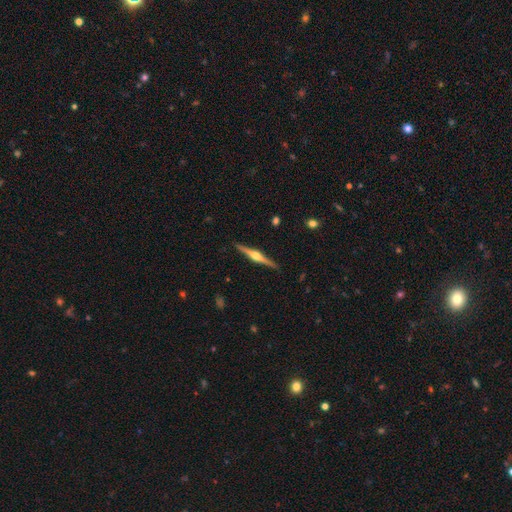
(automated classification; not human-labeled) smooth-or-featured: featured or disk: 82% | smooth: 13% | star or artifact: 5%
  disk-edge-on: yes: 99% | no: 1%
    edge-on-bulge: rounded: 94% | boxy: 4% | none: 2%
  merging: none: 91% | minor disturbance: 6% | major disturbance: 1% | merger: 1%